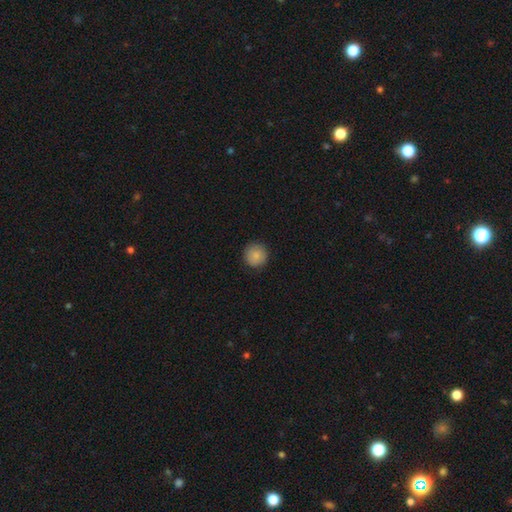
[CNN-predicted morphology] Smooth or featured? Predicted: smooth (p=0.84). How rounded? Predicted: round (p=0.94). Merging? Predicted: none (p=0.87).